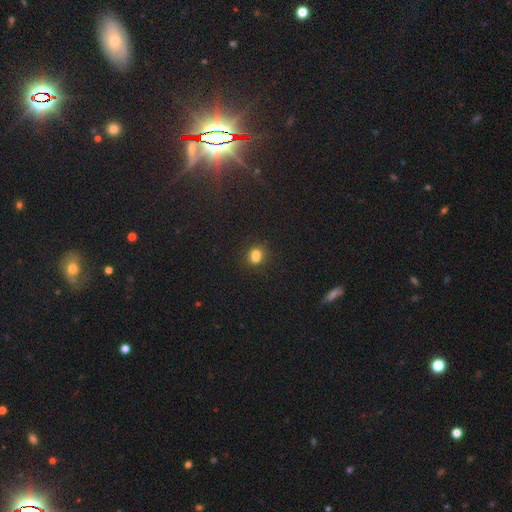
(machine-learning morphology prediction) Smooth or featured? Predicted: smooth (p=0.71). How rounded? Predicted: round (p=0.58). Merging? Predicted: none (p=0.47).